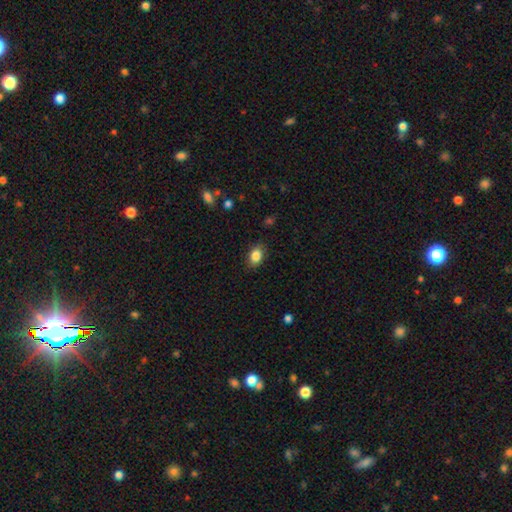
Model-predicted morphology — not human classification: Smooth or featured: smooth — 86% (star or artifact — 8%)
How rounded: in between — 79% (round — 20%)
Merging: none — 84% (minor disturbance — 12%)